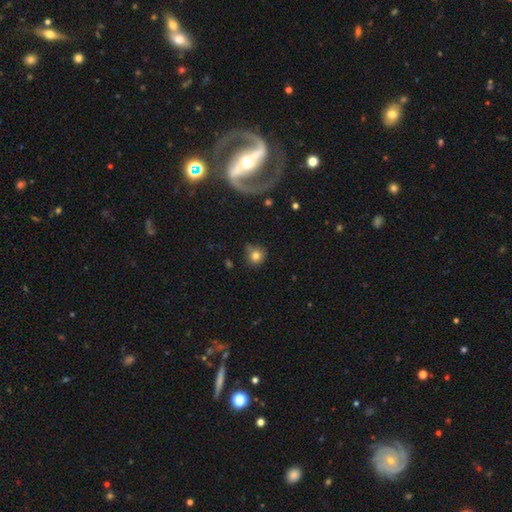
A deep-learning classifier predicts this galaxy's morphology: Overall: smooth (79%). How rounded: round (87%). Merging: none (69%).